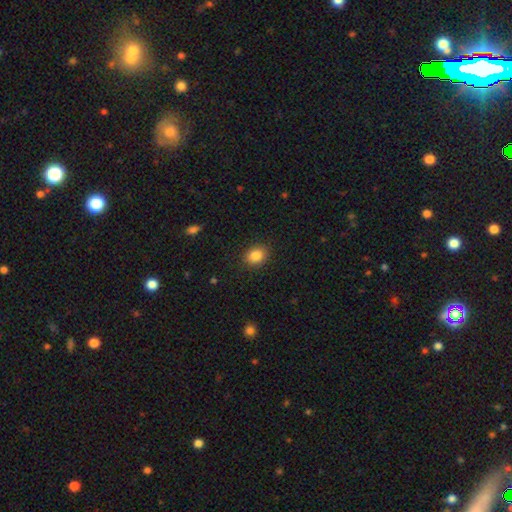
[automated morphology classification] type=smooth (85%); roundness=in between (51%); merging=none (88%).